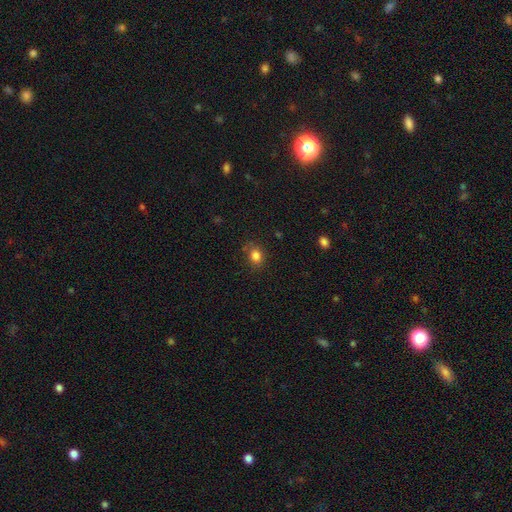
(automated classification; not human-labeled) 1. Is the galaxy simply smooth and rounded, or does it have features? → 82% smooth, 12% star or artifact, 6% featured or disk.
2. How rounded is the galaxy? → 53% round, 46% in between, 1% cigar-shaped.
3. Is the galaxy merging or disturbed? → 75% none, 18% minor disturbance, 5% major disturbance, 2% merger.